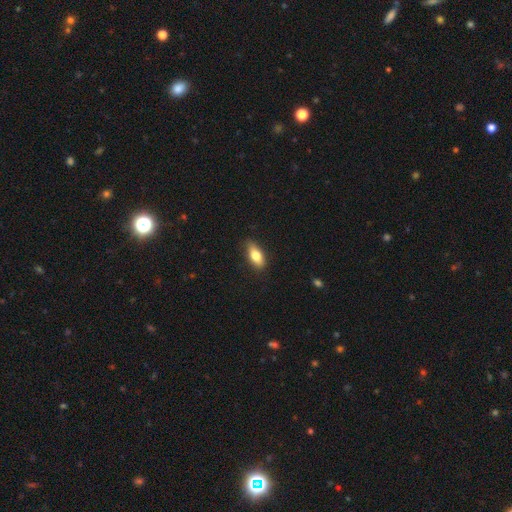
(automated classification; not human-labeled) A smooth galaxy with no disk features (77%) that is in between round and cigar-shaped (80%). Merging: none (82%).